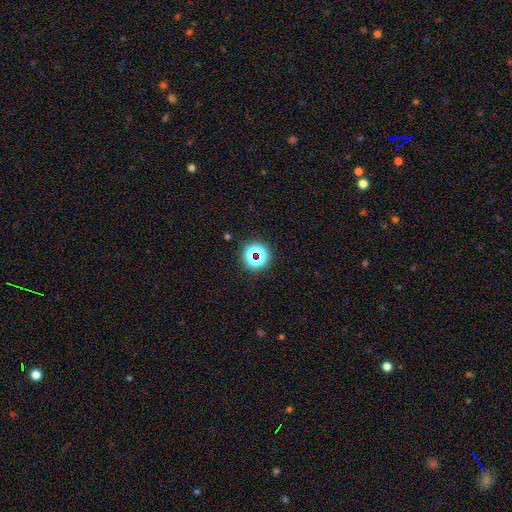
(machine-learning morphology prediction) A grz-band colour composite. It shows a star or artifact, not a galaxy (59%).